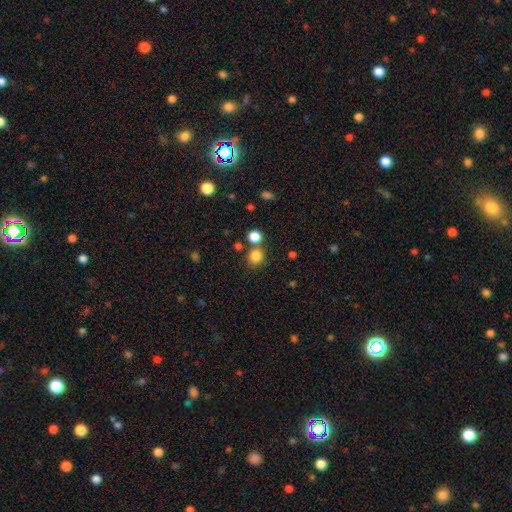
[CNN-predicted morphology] type=smooth (83%); roundness=round (85%); merging=none (73%).